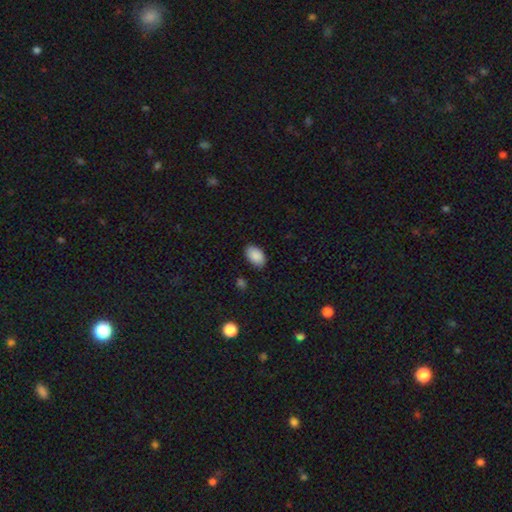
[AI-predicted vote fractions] smooth 89%, star or artifact 7%, featured or disk 4%. Down the decision tree: how rounded — in between (91%); merging — none (84%).